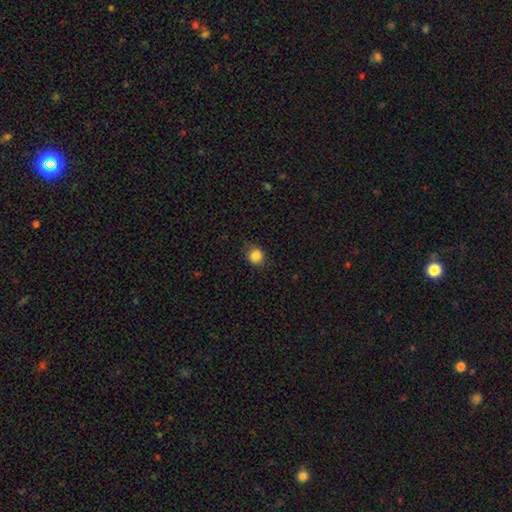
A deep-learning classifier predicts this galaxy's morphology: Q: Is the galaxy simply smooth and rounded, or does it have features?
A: smooth — 86%.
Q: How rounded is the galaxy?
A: round — 86%.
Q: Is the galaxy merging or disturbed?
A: none — 82%.